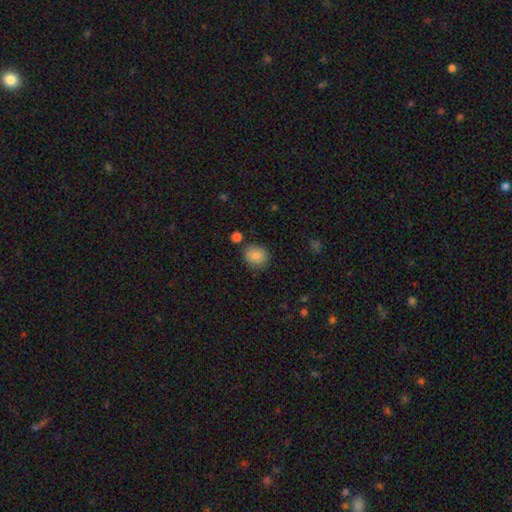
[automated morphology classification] A smooth galaxy with no disk features (85%) that is round (74%). Merging: none (81%).